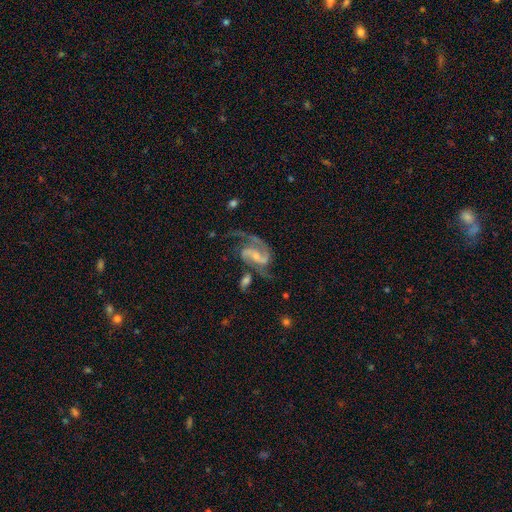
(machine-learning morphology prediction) Smooth or featured? featured or disk (91%)
Edge-on disk? no (98%)
Bar? weak (47%)
Spiral arms? yes (98%)
Spiral winding? medium (57%)
Spiral arm count? 2 (88%)
Bulge size? small (59%)
Merging? none (51%)